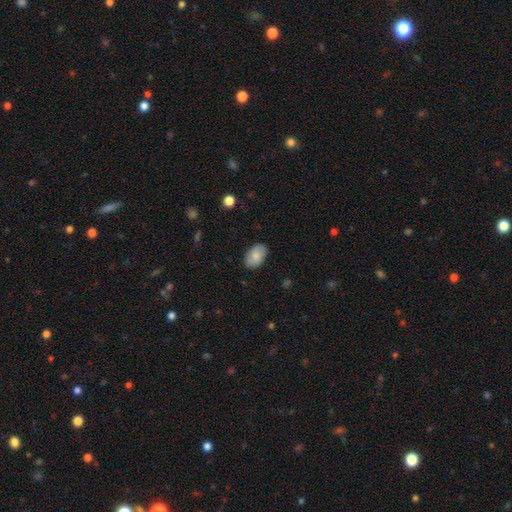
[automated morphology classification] Smooth or featured? Predicted: smooth (p=0.80). How rounded? Predicted: in between (p=0.90). Merging? Predicted: none (p=0.86).